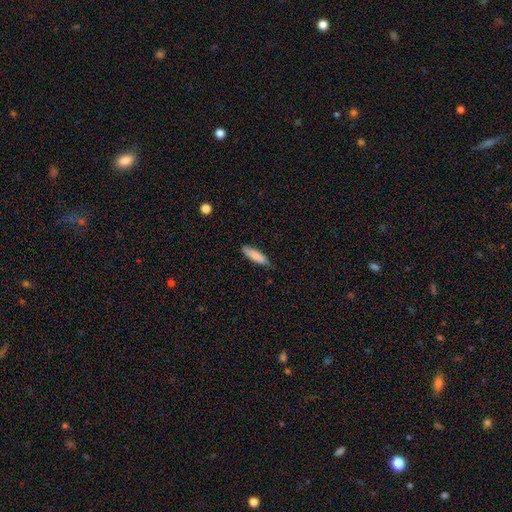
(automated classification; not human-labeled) Morphology: type=smooth (83%); roundness=cigar-shaped (61%); merging=none (77%).